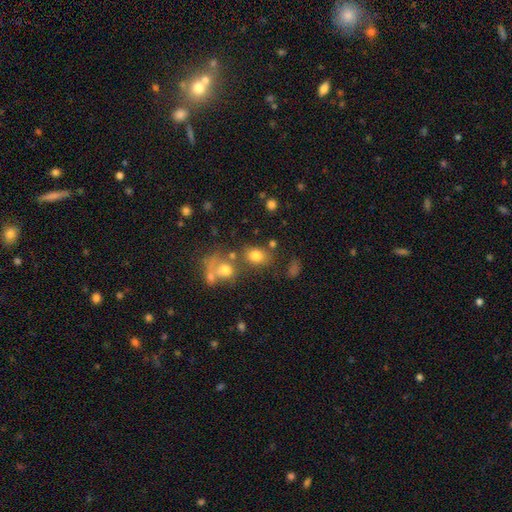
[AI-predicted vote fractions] smooth 75%, star or artifact 14%, featured or disk 11%. Down the decision tree: how rounded — in between (59%); merging — none (57%).